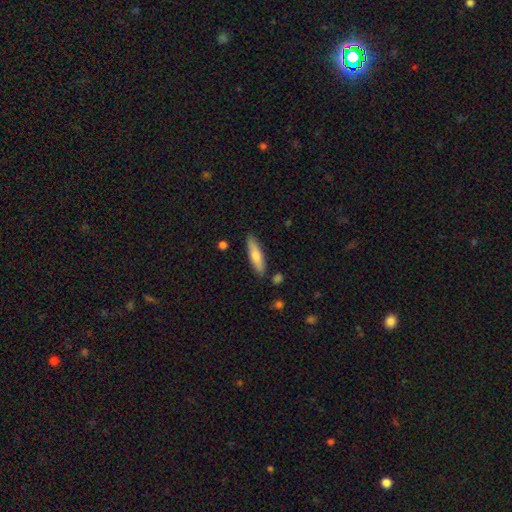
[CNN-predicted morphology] The model was most divided on "smooth or featured": smooth: 68%, featured or disk: 26%, star or artifact: 6%. More confident: merging — none (86%); how rounded — cigar-shaped (74%).